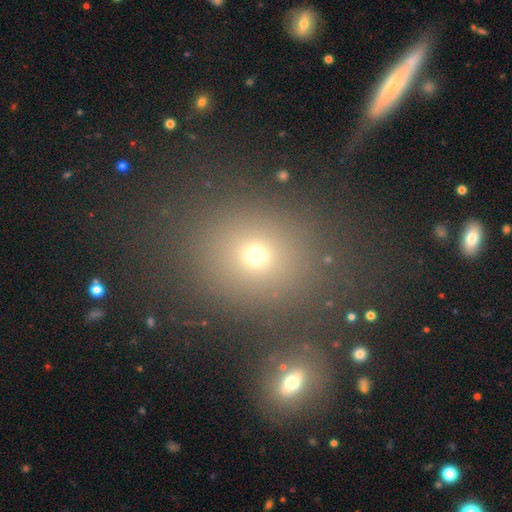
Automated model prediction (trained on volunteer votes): A smooth galaxy with no disk features (67%) that is round (63%).

Vote fractions:
- Smooth or featured? smooth: 67% / star or artifact: 22% / featured or disk: 11%
- How rounded? round: 63% / in between: 36% / cigar-shaped: 1%
- Merging? none: 73% / merger: 11% / minor disturbance: 10% / major disturbance: 6%